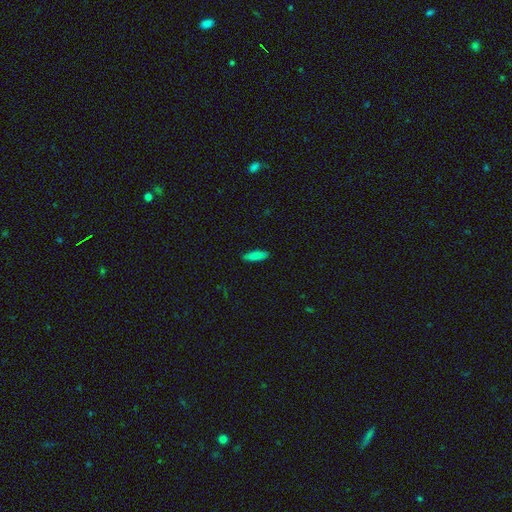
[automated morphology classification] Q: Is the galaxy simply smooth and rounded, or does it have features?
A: smooth — 86%.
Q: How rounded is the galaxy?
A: cigar-shaped — 54%.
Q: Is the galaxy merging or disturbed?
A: none — 88%.